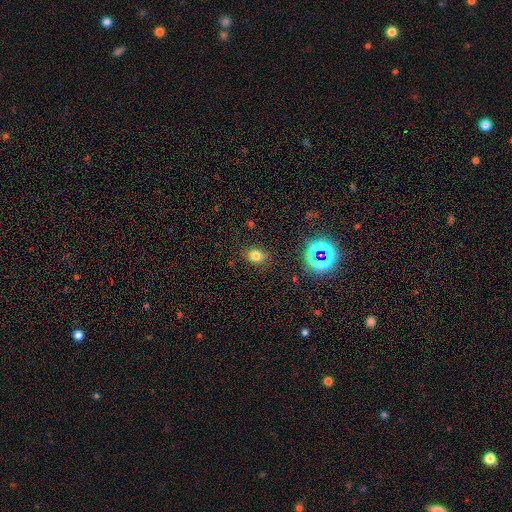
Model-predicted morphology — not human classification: Overall: smooth (71%). How rounded: in between (51%; round 48%). Merging: none (82%).